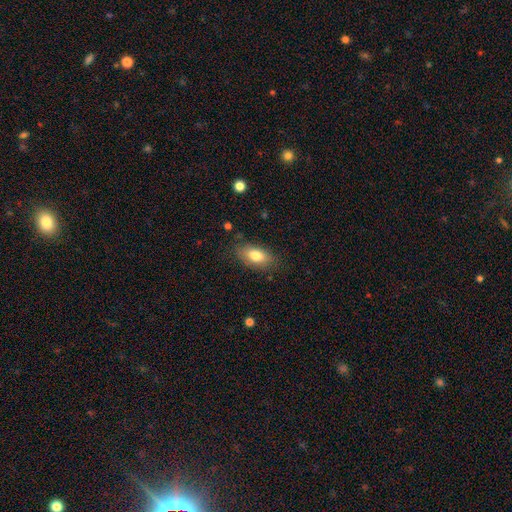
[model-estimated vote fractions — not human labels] A smooth galaxy with no disk features (79%) that is in between round and cigar-shaped (88%). Merging: none (82%).